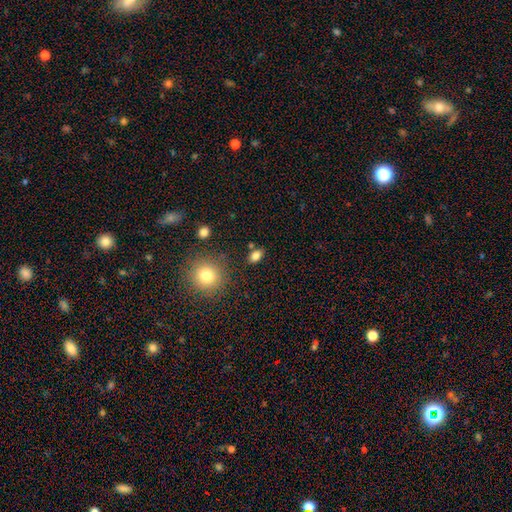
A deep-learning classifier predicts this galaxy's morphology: Smooth or featured? Predicted: smooth (p=0.81). How rounded? Predicted: in between (p=0.79). Merging? Predicted: none (p=0.79).